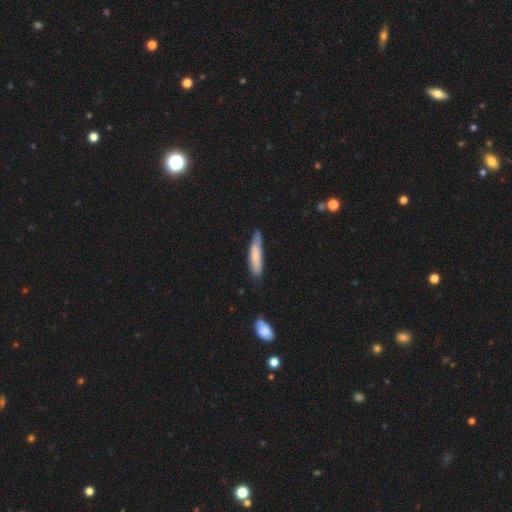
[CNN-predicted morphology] type=smooth (72%); roundness=cigar-shaped (81%); merging=none (61%).